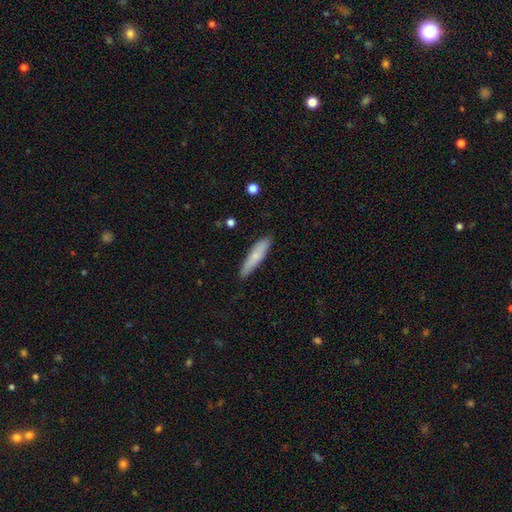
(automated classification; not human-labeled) Smooth or featured? Predicted: smooth (p=0.72). How rounded? Predicted: cigar-shaped (p=0.82). Merging? Predicted: none (p=0.85).